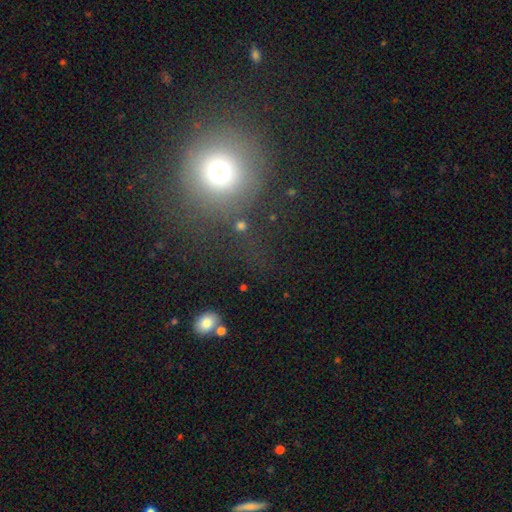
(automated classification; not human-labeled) smooth-or-featured: smooth: 58% | star or artifact: 30% | featured or disk: 13%
  how-rounded: round: 90% | in between: 8% | cigar-shaped: 2%
  merging: none: 71% | minor disturbance: 13% | major disturbance: 12% | merger: 4%